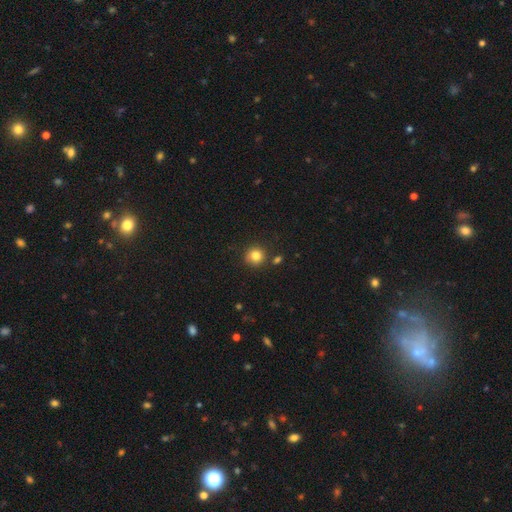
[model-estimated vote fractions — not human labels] The model was most divided on "smooth or featured": smooth: 83%, star or artifact: 11%, featured or disk: 6%. More confident: how rounded — round (91%); merging — none (83%).